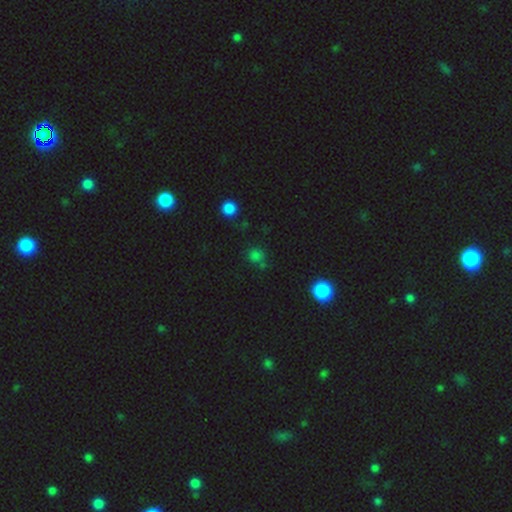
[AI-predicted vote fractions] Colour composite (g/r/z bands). It shows a smooth galaxy with no disk features (68%) that is round (85%). Merging: none (71%).